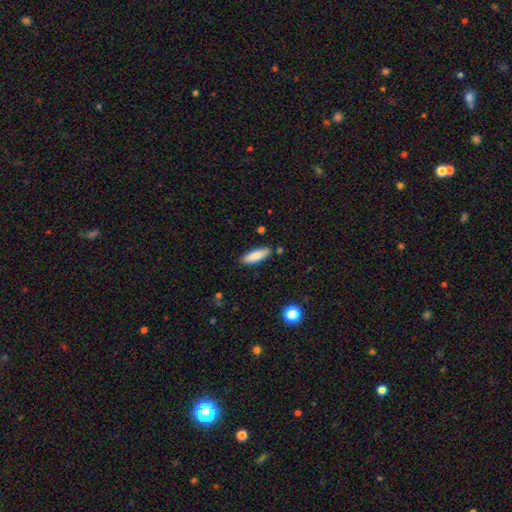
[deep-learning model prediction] The model was most divided on "how rounded": in between: 53%, cigar-shaped: 45%, round: 2%. More confident: merging — none (84%); smooth or featured — smooth (84%).